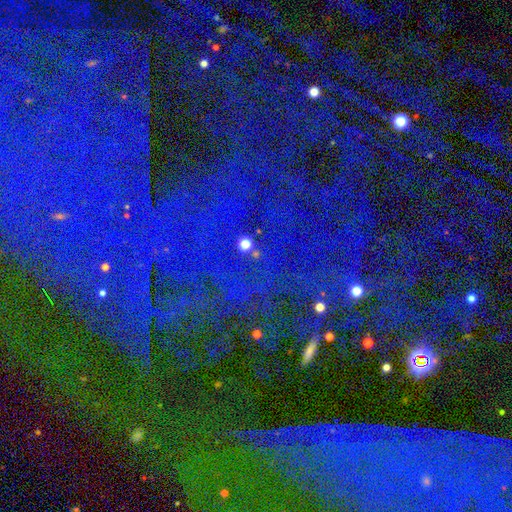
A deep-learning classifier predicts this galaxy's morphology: This is clearly a star or artifact rather than a galaxy (87%).